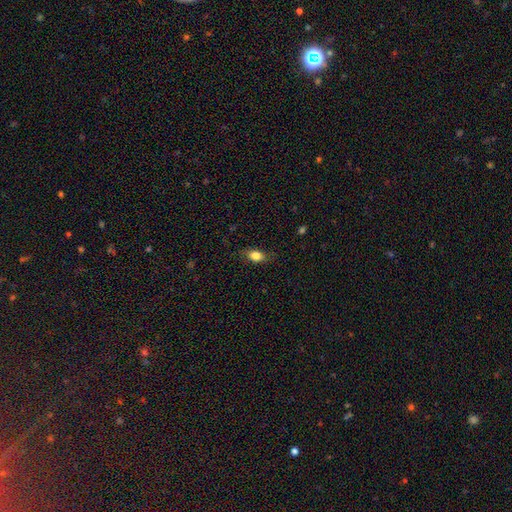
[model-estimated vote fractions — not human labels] smooth-or-featured: smooth: 81% | featured or disk: 10% | star or artifact: 8%
  how-rounded: in between: 81% | round: 13% | cigar-shaped: 6%
  merging: none: 79% | minor disturbance: 16% | major disturbance: 4% | merger: 1%